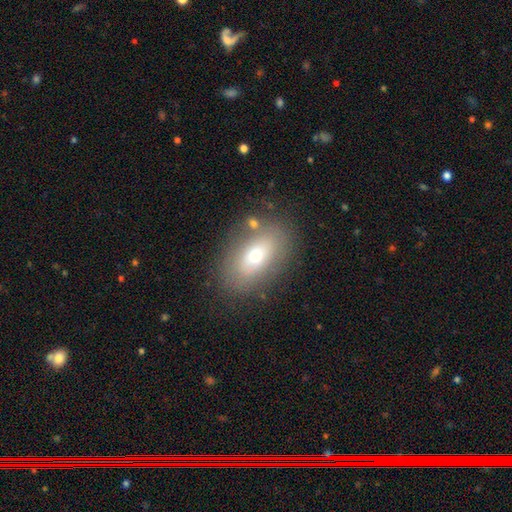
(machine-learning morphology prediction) A smooth galaxy with no disk features (60%) that is in between round and cigar-shaped (86%). Merging: none (78%).